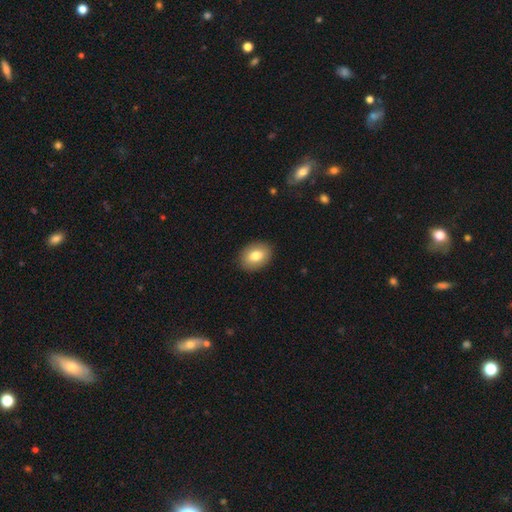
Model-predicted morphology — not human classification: This appears to be a smooth galaxy with no disk features (80%) that is in between round and cigar-shaped (70%). Merging: none (90%).